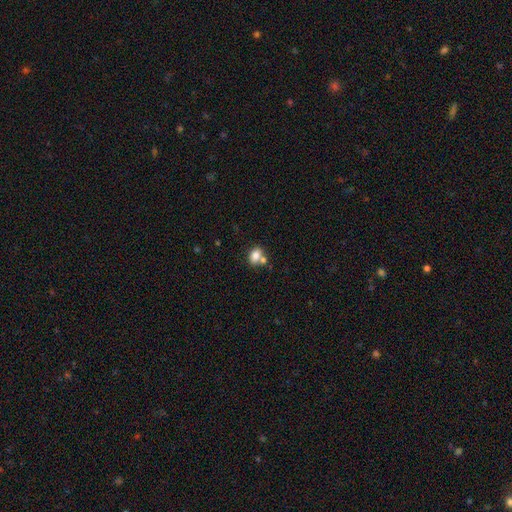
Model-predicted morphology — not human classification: A smooth galaxy with no disk features (80%) that is in between round and cigar-shaped (67%).

Vote fractions:
- Smooth or featured? smooth: 80% / featured or disk: 10% / star or artifact: 10%
- How rounded? in between: 67% / round: 32% / cigar-shaped: 1%
- Merging? none: 52% / merger: 32% / minor disturbance: 12% / major disturbance: 4%